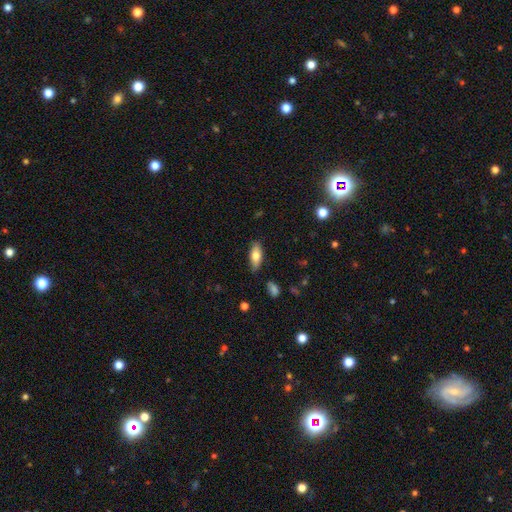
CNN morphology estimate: This is likely a smooth galaxy (74%). How rounded: likely in between (78%). Merging: clearly none (80%).